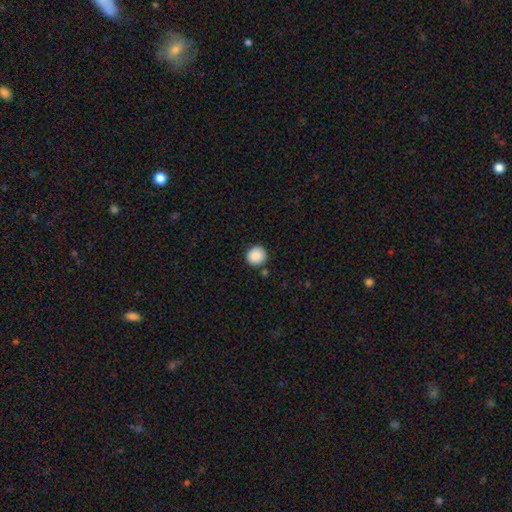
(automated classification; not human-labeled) smooth-or-featured: smooth: 89% | star or artifact: 8% | featured or disk: 3%
  how-rounded: round: 93% | in between: 6% | cigar-shaped: 1%
  merging: none: 86% | minor disturbance: 8% | merger: 4% | major disturbance: 2%